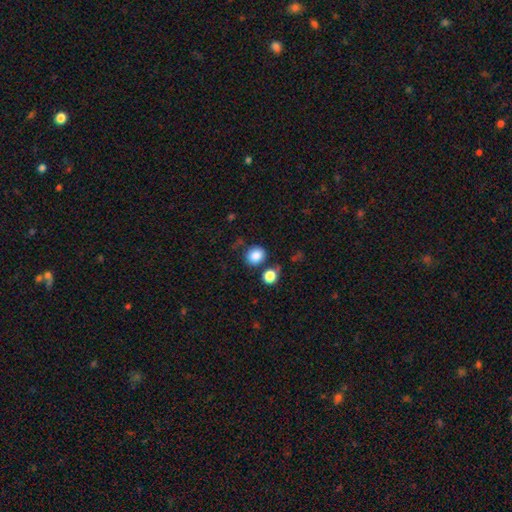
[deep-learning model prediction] Overall: smooth (85%). How rounded: round (75%). Merging: none (76%).